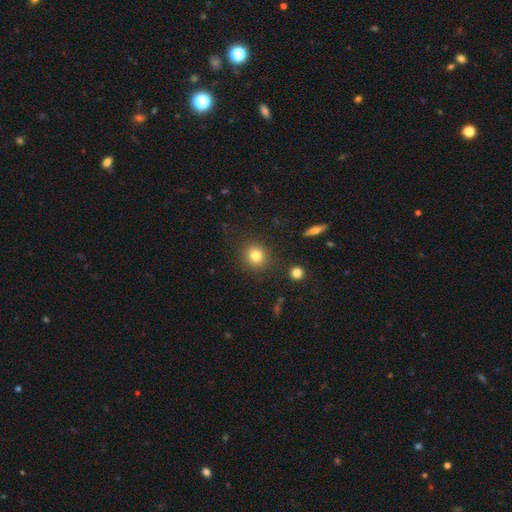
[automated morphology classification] Smooth or featured: smooth — 82% (star or artifact — 12%)
How rounded: round — 90% (in between — 9%)
Merging: none — 88% (minor disturbance — 7%)